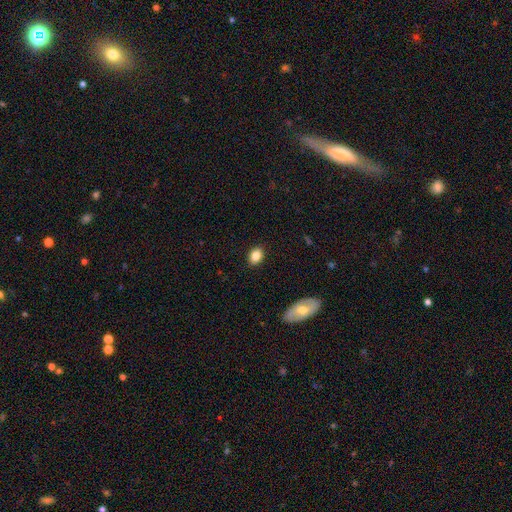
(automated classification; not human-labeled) A smooth galaxy with no disk features (84%) that is in between round and cigar-shaped (73%).

Vote fractions:
- Smooth or featured? smooth: 84% / star or artifact: 9% / featured or disk: 7%
- How rounded? in between: 73% / round: 25% / cigar-shaped: 1%
- Merging? none: 88% / minor disturbance: 8% / major disturbance: 2% / merger: 1%